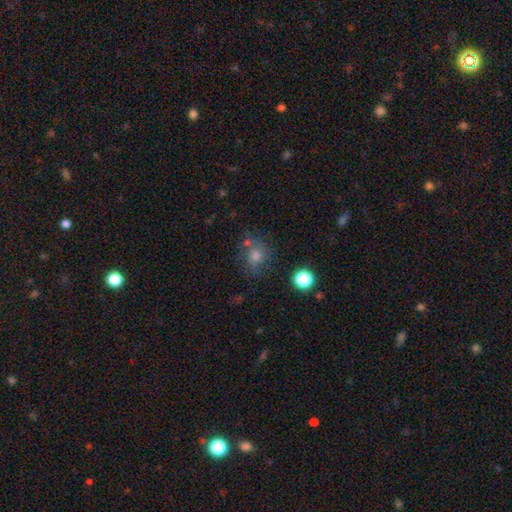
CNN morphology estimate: type=smooth (57%); roundness=round (79%); merging=none (68%).